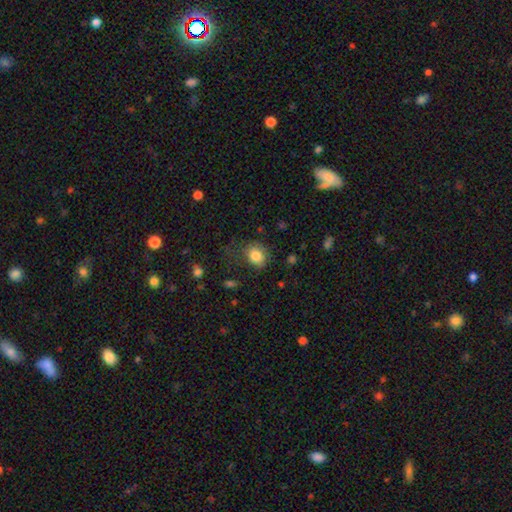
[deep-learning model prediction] smooth 83%, star or artifact 9%, featured or disk 8%. Down the decision tree: how rounded — round (53%); merging — none (67%).